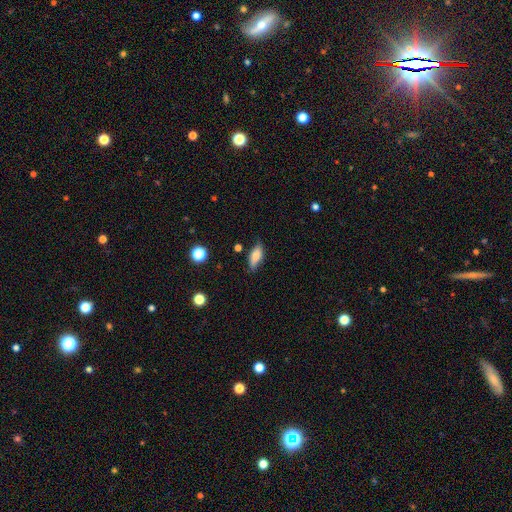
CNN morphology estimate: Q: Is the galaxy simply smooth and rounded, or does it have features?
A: smooth — 77%.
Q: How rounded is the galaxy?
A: in between — 74%.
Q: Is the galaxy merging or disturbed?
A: none — 75%.